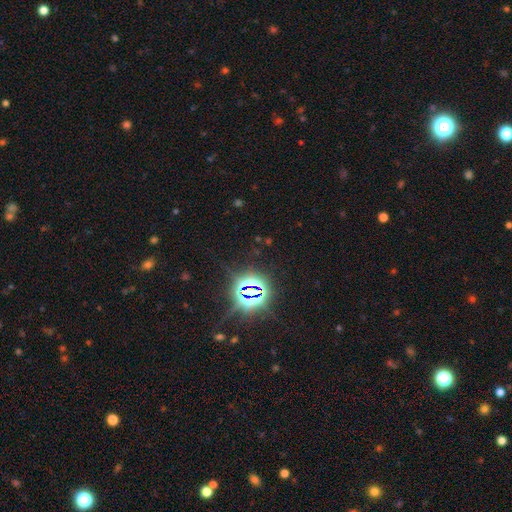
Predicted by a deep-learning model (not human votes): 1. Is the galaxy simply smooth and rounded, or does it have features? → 82% star or artifact, 11% smooth, 7% featured or disk.